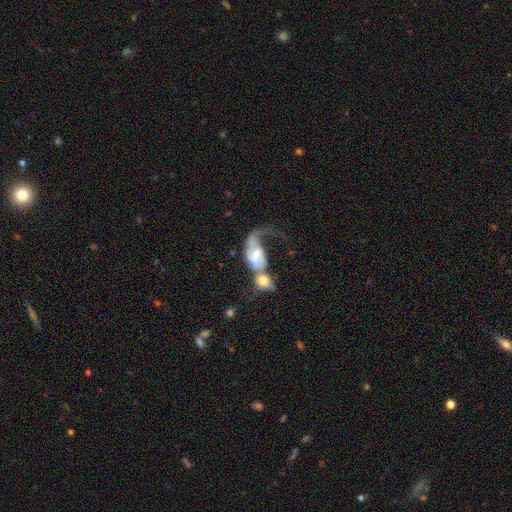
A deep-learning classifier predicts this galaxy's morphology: smooth_or_featured: featured or disk (p=0.60) [alt: smooth p=0.32]
disk_edge_on: no (p=0.95) [alt: yes p=0.05]
bar: no (p=0.51) [alt: weak p=0.37]
has_spiral_arms: yes (p=0.76) [alt: no p=0.24]
bulge_size: moderate (p=0.53) [alt: small p=0.25]
merging: merger (p=0.70) [alt: major disturbance p=0.16]